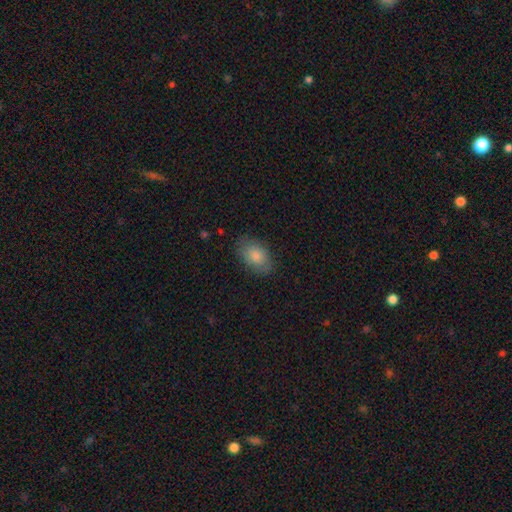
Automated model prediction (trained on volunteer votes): smooth-or-featured: smooth: 85% | featured or disk: 9% | star or artifact: 7%
  how-rounded: in between: 91% | round: 8% | cigar-shaped: 2%
  merging: none: 80% | minor disturbance: 15% | major disturbance: 4% | merger: 1%